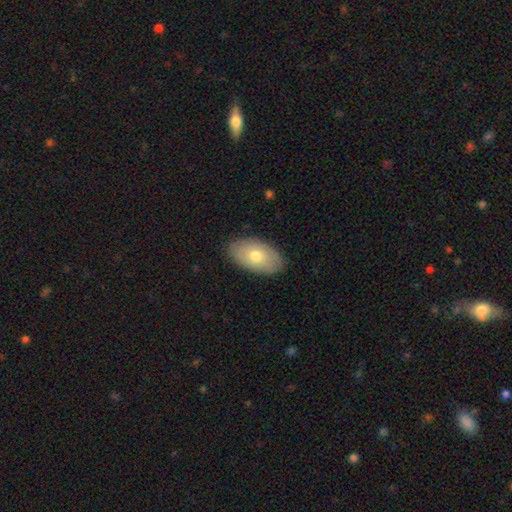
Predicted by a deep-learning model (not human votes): Q: Smooth or featured?
A: smooth (70%); runner-up: featured or disk (24%)
Q: How rounded?
A: in between (94%); runner-up: round (4%)
Q: Merging?
A: none (86%); runner-up: minor disturbance (11%)